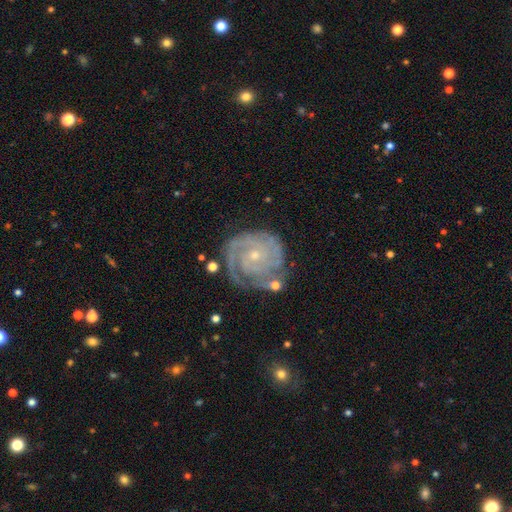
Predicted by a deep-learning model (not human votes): This is clearly a featured or disk galaxy (88%). It is clearly not viewed edge-on (98%). Bar: likely no (76%). Spiral arm pattern: clearly yes (98%). Spiral arm count: marginally 3 (32%). Spiral winding: clearly tight (81%). Central bulge: likely small (79%). Merging: likely none (69%).